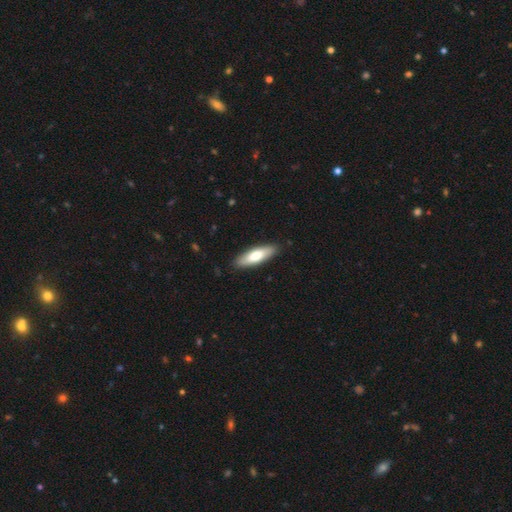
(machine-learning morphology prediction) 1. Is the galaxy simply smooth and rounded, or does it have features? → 71% smooth, 24% featured or disk, 5% star or artifact.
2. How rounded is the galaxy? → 52% cigar-shaped, 46% in between, 2% round.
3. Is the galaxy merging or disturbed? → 89% none, 9% minor disturbance, 2% major disturbance, 1% merger.